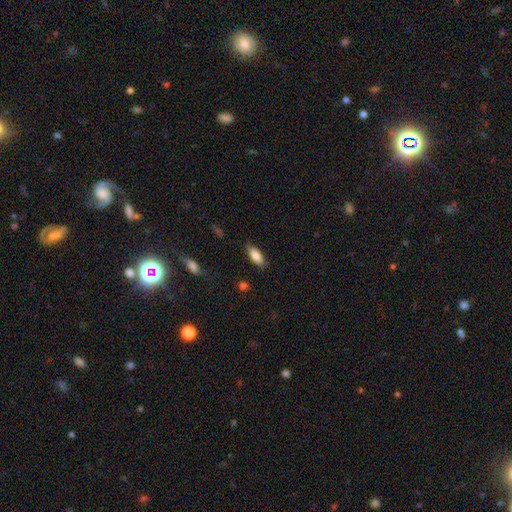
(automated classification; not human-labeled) Q: Smooth or featured?
A: smooth (85%); runner-up: featured or disk (9%)
Q: How rounded?
A: in between (76%); runner-up: cigar-shaped (22%)
Q: Merging?
A: none (83%); runner-up: minor disturbance (13%)